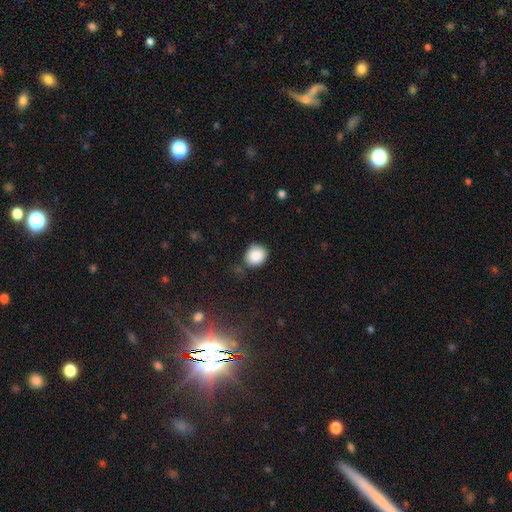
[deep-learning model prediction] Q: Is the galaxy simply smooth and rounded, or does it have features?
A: smooth — 87%.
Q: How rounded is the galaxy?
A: round — 76%.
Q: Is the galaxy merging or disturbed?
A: none — 73%.